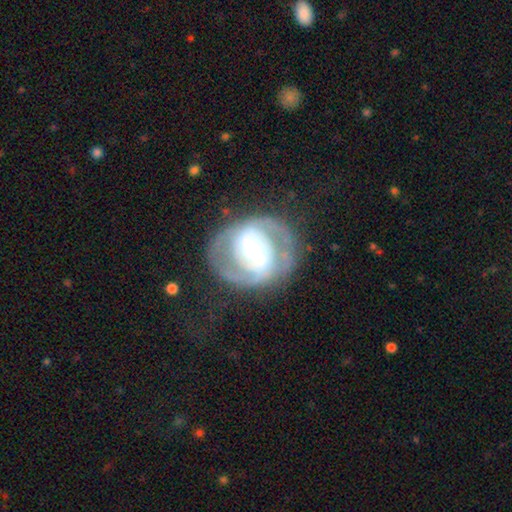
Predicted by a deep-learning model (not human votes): Morphology: type=featured or disk (85%); edge-on=no (97%); bar=weak (41%); spiral arms=yes (89%); winding=tight (54%); arm count=2 (77%); bulge=moderate (66%); merging=none (74%).